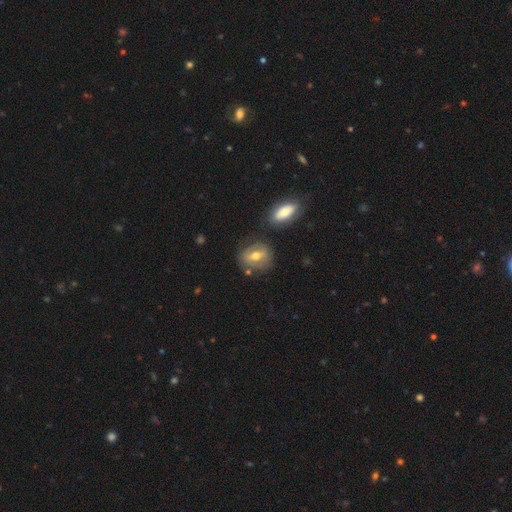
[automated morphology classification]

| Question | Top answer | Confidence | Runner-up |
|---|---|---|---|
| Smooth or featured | smooth | 51% | featured or disk (42%) |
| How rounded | in between | 52% | round (44%) |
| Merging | none | 70% | minor disturbance (17%) |